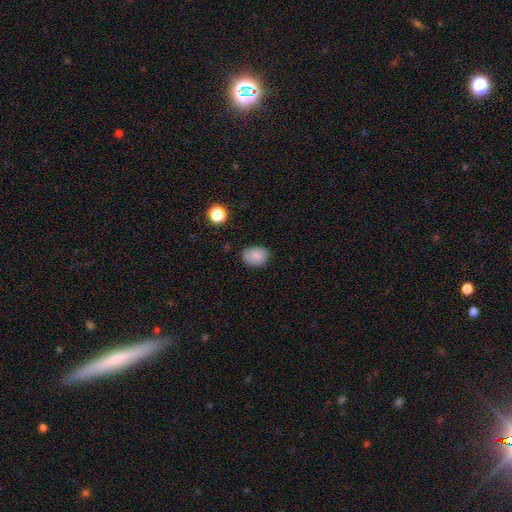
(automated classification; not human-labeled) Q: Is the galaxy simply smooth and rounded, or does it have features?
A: smooth — 81%.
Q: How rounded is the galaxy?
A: in between — 64%.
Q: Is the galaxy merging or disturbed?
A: none — 72%.